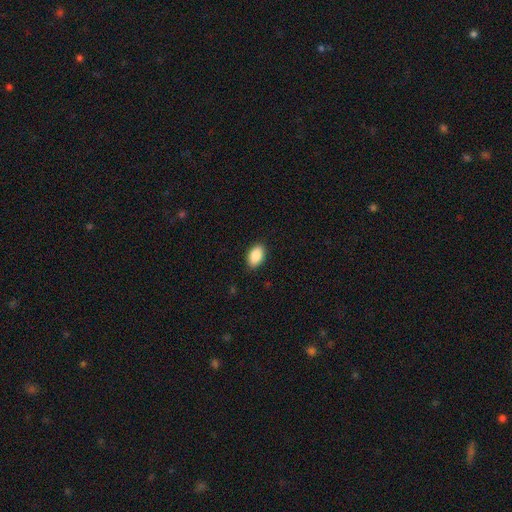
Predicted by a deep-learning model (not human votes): A smooth galaxy with no disk features (89%) that is in between round and cigar-shaped (93%).

Vote fractions:
- Smooth or featured? smooth: 89% / star or artifact: 7% / featured or disk: 4%
- How rounded? in between: 93% / round: 6% / cigar-shaped: 2%
- Merging? none: 88% / minor disturbance: 9% / major disturbance: 2% / merger: 1%